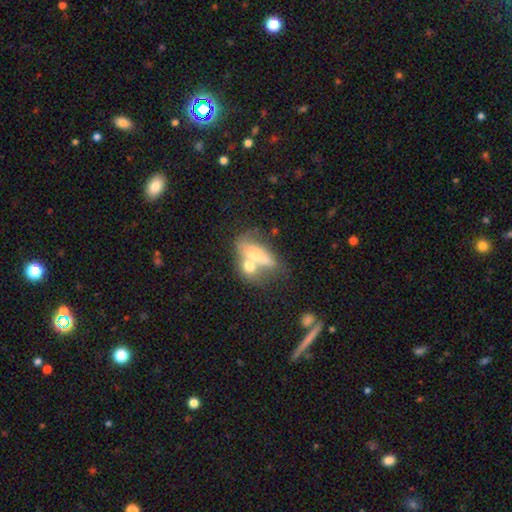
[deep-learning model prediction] This appears to be a smooth galaxy with no disk features (55%) that is in between round and cigar-shaped (67%). Merging: merger (56%).